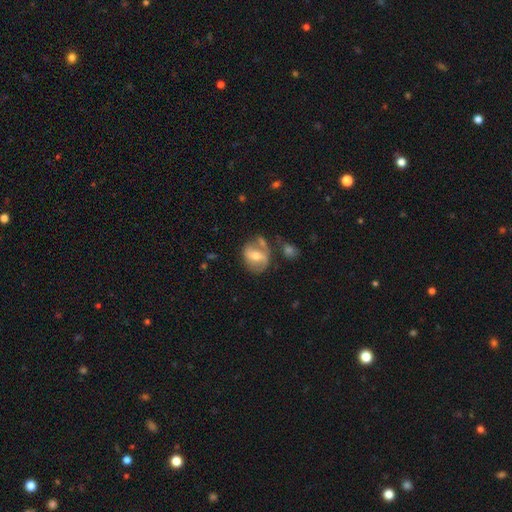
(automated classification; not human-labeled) A featured or disk galaxy (54%) with a strong bar (38%), spiral arms (62%) and a moderate central bulge (65%). Merging: none (55%).